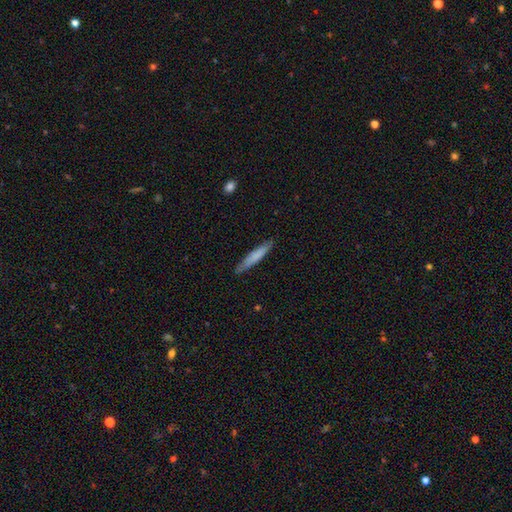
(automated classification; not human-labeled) Smooth or featured? Predicted: smooth (p=0.72). How rounded? Predicted: cigar-shaped (p=0.93). Merging? Predicted: none (p=0.86).